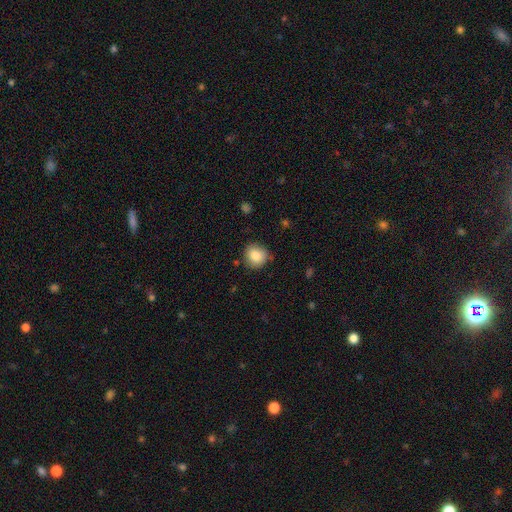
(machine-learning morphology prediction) smooth_or_featured: smooth (p=0.85) [alt: star or artifact p=0.09]
how_rounded: round (p=0.87) [alt: in between p=0.12]
merging: none (p=0.83) [alt: minor disturbance p=0.12]